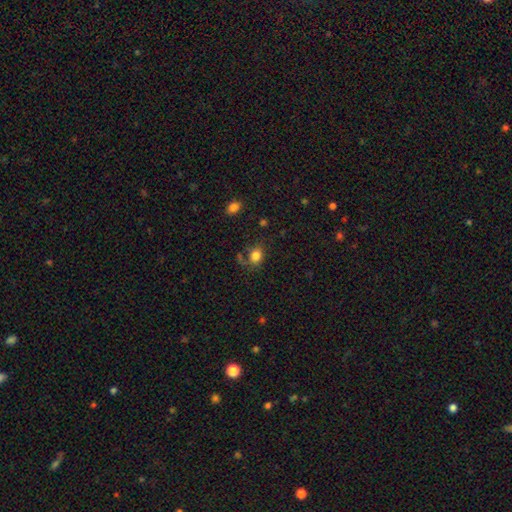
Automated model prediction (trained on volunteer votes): This appears to be a smooth galaxy with no disk features (80%) that is round (51%). Merging: none (58%).